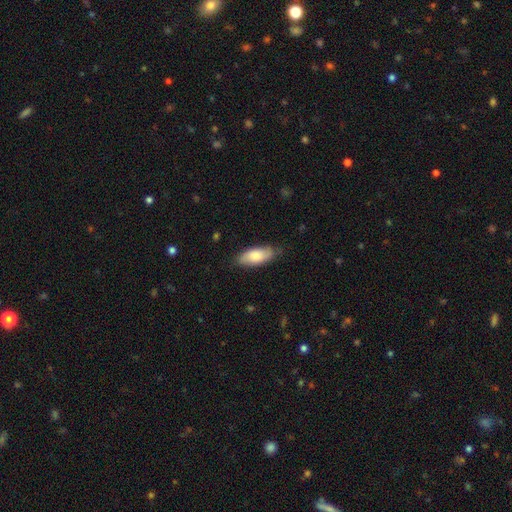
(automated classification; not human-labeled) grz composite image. It shows a smooth galaxy with no disk features (79%) that is in between round and cigar-shaped (82%). Merging: none (77%).